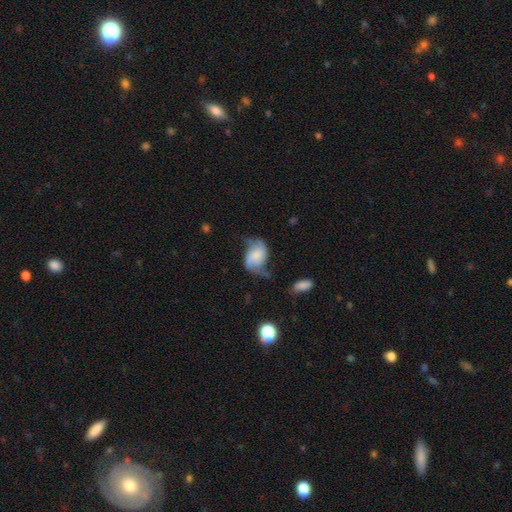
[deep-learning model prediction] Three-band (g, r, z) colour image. It shows a featured or disk galaxy (63%) with no bar (57%), 2 (87%) loose (56%) spiral arms (90%) and no central bulge (39%). Merging: none (45%).